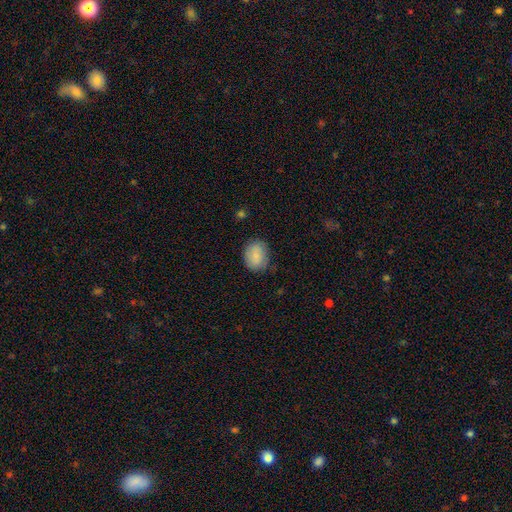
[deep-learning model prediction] Smooth or featured? Predicted: smooth (p=0.84). How rounded? Predicted: in between (p=0.59). Merging? Predicted: none (p=0.77).